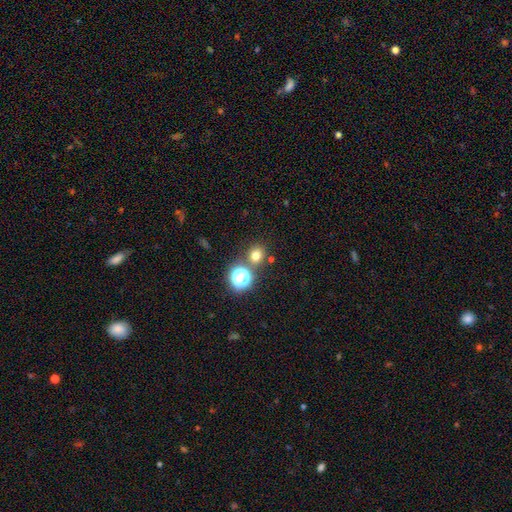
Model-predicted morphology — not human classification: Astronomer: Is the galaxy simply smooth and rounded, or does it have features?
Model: smooth — 71%.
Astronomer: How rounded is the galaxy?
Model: round — 83%.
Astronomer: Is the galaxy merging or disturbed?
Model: none — 77%.